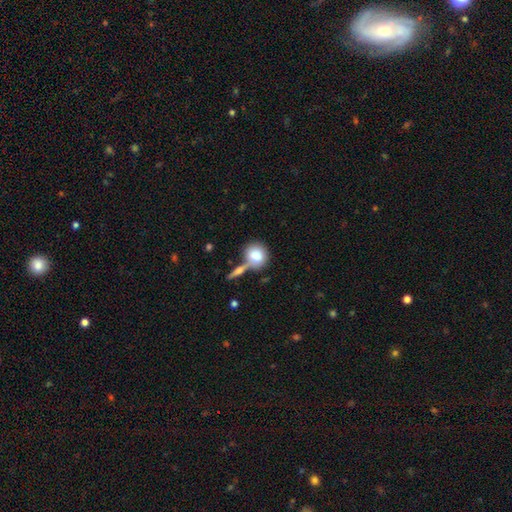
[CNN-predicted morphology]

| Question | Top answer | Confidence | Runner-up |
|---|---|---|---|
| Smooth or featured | smooth | 80% | featured or disk (13%) |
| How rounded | round | 74% | in between (24%) |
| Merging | none | 49% | merger (30%) |